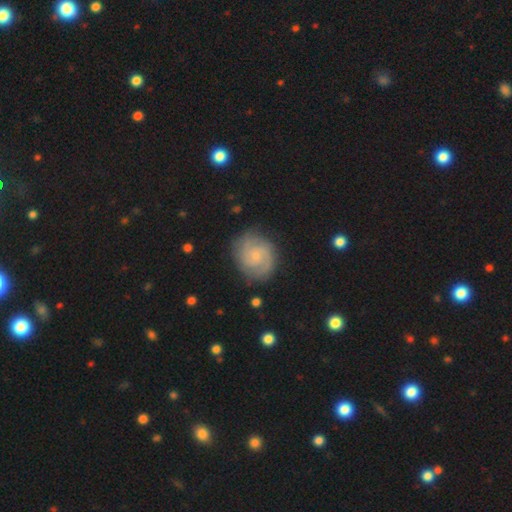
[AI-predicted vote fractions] smooth-or-featured: featured or disk: 83% | smooth: 11% | star or artifact: 6%
  disk-edge-on: no: 98% | yes: 2%
    bar: no: 64% | weak: 32% | strong: 4%
    has-spiral-arms: yes: 97% | no: 3%
      spiral-winding: tight: 56% | medium: 37% | loose: 7%
      spiral-arm-count: 2: 70% | 3: 12% | can't tell: 10% | 4: 3% | 1: 3% | more than 4: 3%
    bulge-size: small: 74% | moderate: 16% | none: 8% | large: 1% | dominant: 1%
  merging: none: 82% | minor disturbance: 13% | major disturbance: 4% | merger: 1%